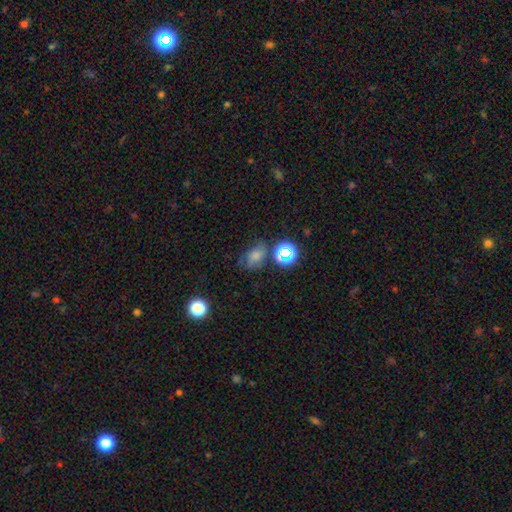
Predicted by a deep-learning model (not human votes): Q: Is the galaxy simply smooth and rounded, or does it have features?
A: smooth — 60%.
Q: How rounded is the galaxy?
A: in between — 67%.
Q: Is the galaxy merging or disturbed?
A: none — 50%.